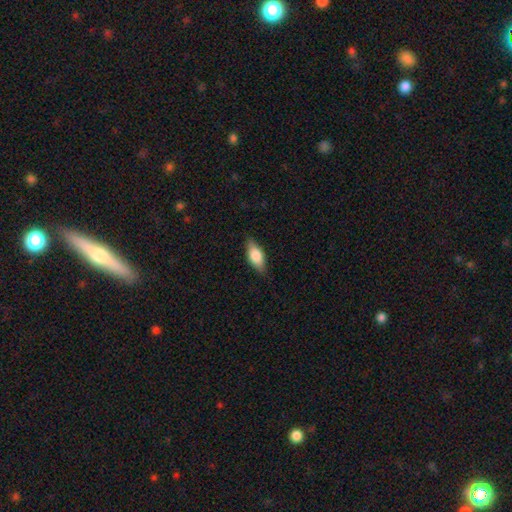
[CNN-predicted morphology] Smooth or featured? smooth (75%)
How rounded? in between (84%)
Merging? none (81%)